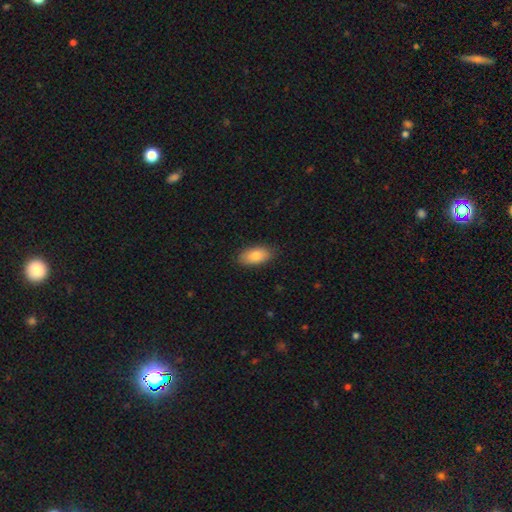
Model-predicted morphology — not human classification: Q: Smooth or featured?
A: smooth (82%); runner-up: featured or disk (11%)
Q: How rounded?
A: in between (92%); runner-up: cigar-shaped (5%)
Q: Merging?
A: none (86%); runner-up: minor disturbance (11%)